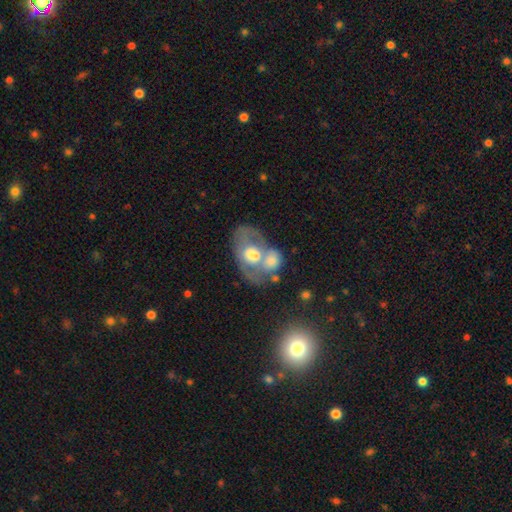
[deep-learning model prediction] Morphology: type=featured or disk (49%); merging=merger (51%).